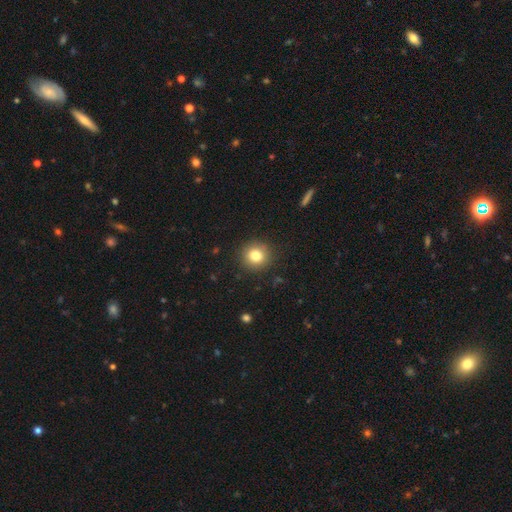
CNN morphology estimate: This is clearly a smooth galaxy (81%). How rounded: clearly round (92%). Merging: clearly none (90%).